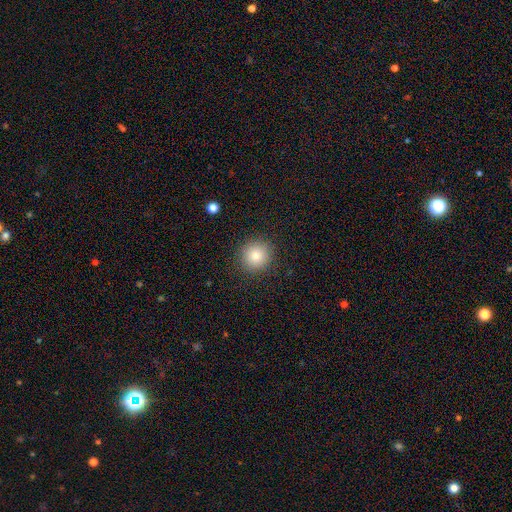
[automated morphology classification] smooth 82%, star or artifact 11%, featured or disk 7%. Down the decision tree: how rounded — round (92%); merging — none (90%).